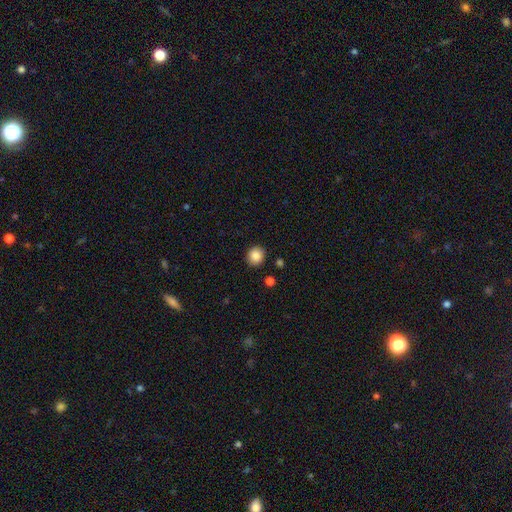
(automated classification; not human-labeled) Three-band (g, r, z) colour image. It shows a smooth galaxy with no disk features (86%) that is round (87%). Merging: none (90%).